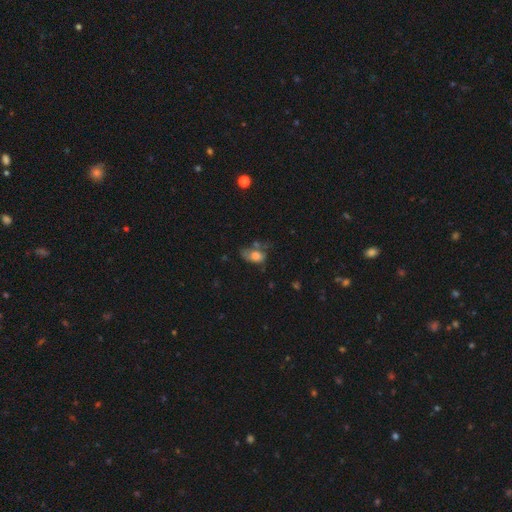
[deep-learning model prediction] Morphology: type=smooth (66%); roundness=in between (83%); merging=minor disturbance (30%, tied with none).